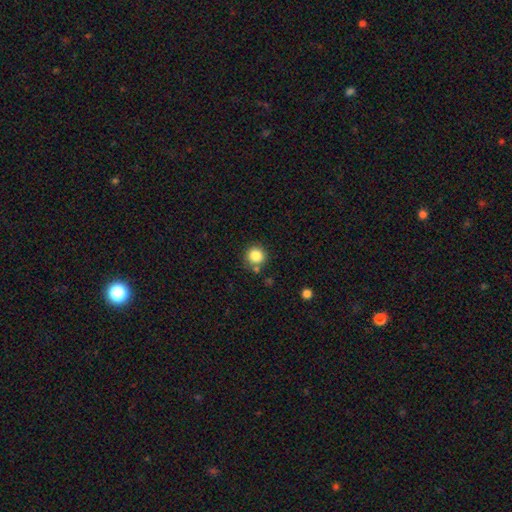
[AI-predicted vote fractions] This is clearly a smooth galaxy (85%). How rounded: clearly round (92%). Merging: likely none (77%).